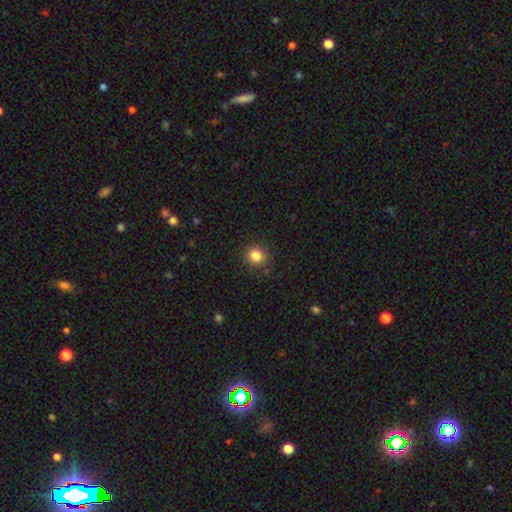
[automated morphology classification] Q: Smooth or featured?
A: smooth (84%); runner-up: star or artifact (11%)
Q: How rounded?
A: round (88%); runner-up: in between (11%)
Q: Merging?
A: none (89%); runner-up: minor disturbance (8%)